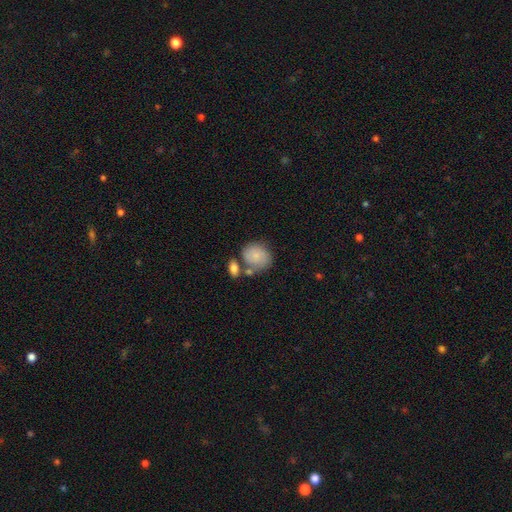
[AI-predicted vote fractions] Smooth or featured? Predicted: smooth (p=0.77). How rounded? Predicted: round (p=0.68). Merging? Predicted: none (p=0.52).